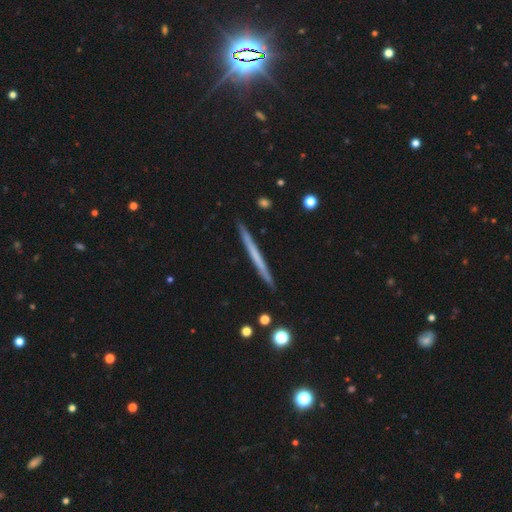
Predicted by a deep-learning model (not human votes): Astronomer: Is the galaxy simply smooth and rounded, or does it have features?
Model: featured or disk — 48% (runner-up: smooth, 47%).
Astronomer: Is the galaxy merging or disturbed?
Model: none — 92%.